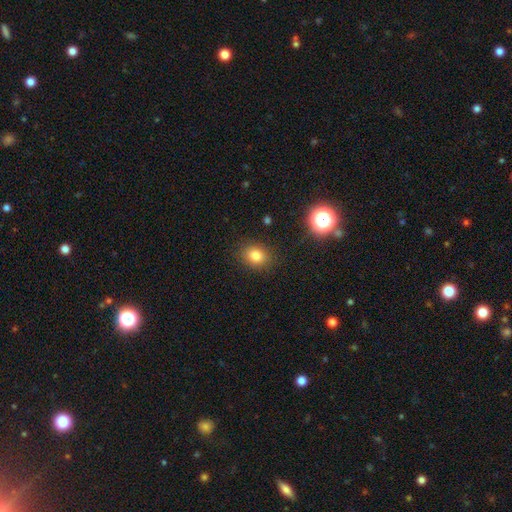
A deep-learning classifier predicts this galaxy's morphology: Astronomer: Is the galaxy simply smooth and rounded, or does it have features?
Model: smooth — 80%.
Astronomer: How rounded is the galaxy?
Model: round — 52% (runner-up: in between, 47%).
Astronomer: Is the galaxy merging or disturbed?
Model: none — 87%.